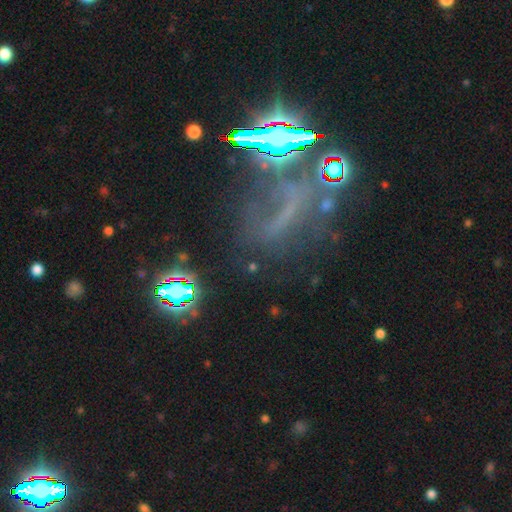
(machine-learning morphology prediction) smooth_or_featured: star or artifact (p=0.54) [alt: featured or disk p=0.26]